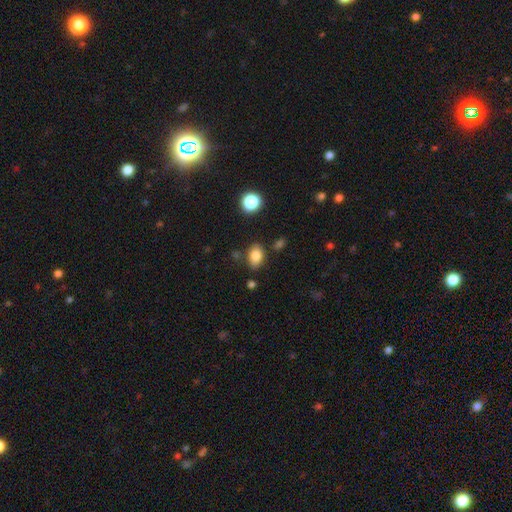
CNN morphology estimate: Smooth or featured? Predicted: smooth (p=0.82). How rounded? Predicted: in between (p=0.81). Merging? Predicted: none (p=0.79).